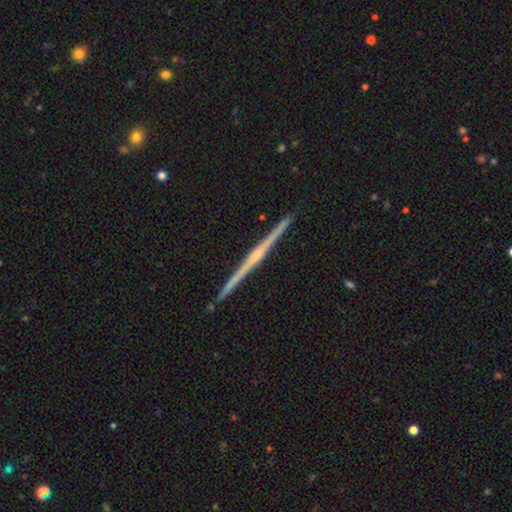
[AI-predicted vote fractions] Smooth or featured? featured or disk (82%)
Edge-on disk? yes (99%)
Edge-on bulge? rounded (57%)
Merging? none (93%)